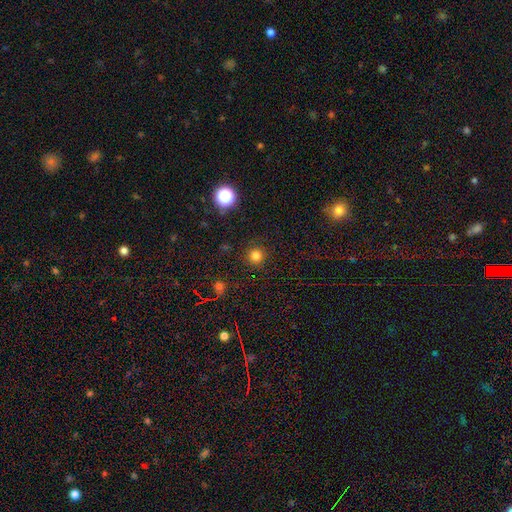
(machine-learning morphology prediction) This is likely a smooth galaxy (79%). How rounded: clearly round (95%). Merging: clearly none (91%).